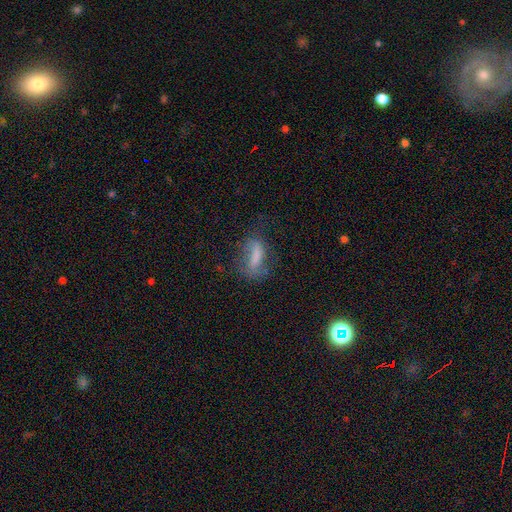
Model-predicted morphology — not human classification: Q: Smooth or featured?
A: smooth (52%); runner-up: featured or disk (33%)
Q: How rounded?
A: in between (59%); runner-up: cigar-shaped (35%)
Q: Merging?
A: none (52%); runner-up: minor disturbance (26%)